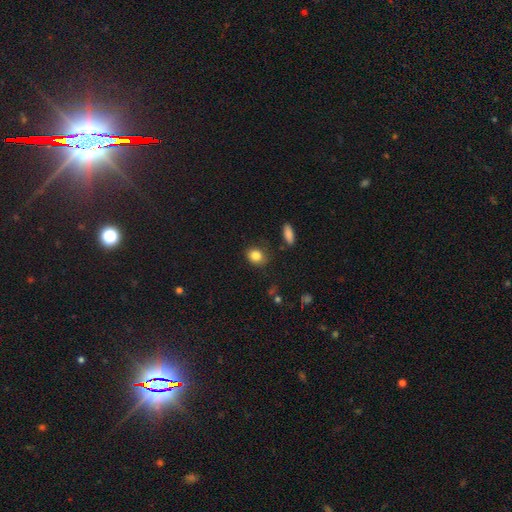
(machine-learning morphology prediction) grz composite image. It shows a smooth galaxy with no disk features (85%) that is round (62%). Merging: none (80%).